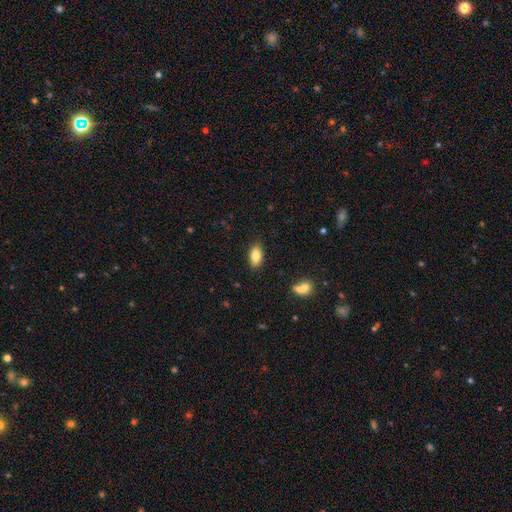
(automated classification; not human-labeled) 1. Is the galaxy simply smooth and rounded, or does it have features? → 82% smooth, 10% featured or disk, 8% star or artifact.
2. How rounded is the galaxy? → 90% in between, 5% cigar-shaped, 5% round.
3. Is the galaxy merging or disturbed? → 85% none, 11% minor disturbance, 2% major disturbance, 2% merger.